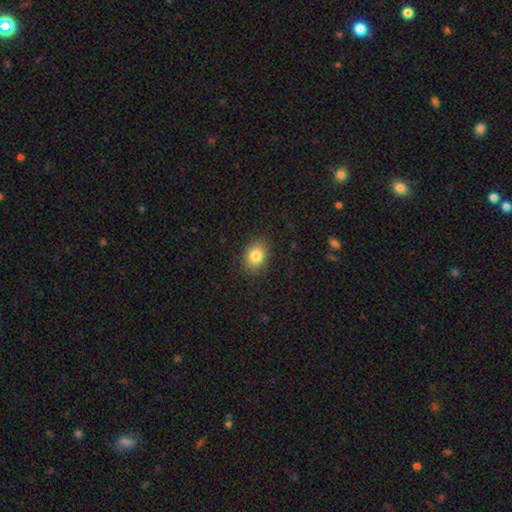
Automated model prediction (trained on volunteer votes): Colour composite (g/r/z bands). It shows a smooth galaxy with no disk features (83%) that is in between round and cigar-shaped (68%). Merging: none (87%).